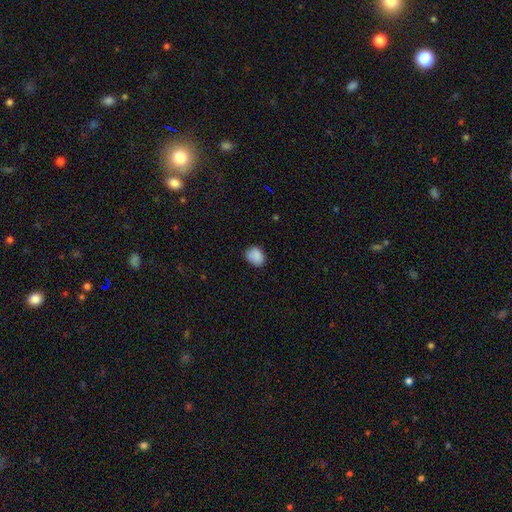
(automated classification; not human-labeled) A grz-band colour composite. It shows a smooth galaxy with no disk features (87%) that is in between round and cigar-shaped (53%). Merging: none (74%).